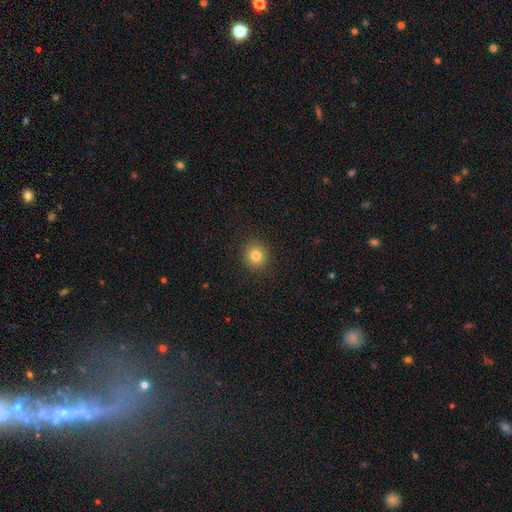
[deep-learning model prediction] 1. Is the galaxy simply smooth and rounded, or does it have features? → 81% smooth, 12% star or artifact, 7% featured or disk.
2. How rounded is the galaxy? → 90% round, 10% in between, 1% cigar-shaped.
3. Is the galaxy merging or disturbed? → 91% none, 6% minor disturbance, 2% major disturbance, 1% merger.